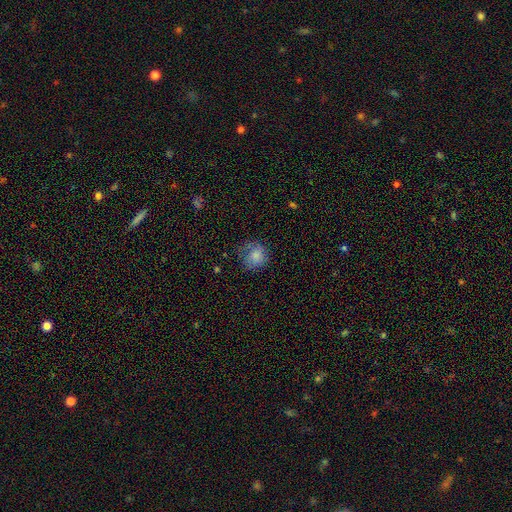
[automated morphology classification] smooth-or-featured: smooth: 80% | featured or disk: 10% | star or artifact: 9%
  how-rounded: round: 79% | in between: 20% | cigar-shaped: 1%
  merging: none: 61% | minor disturbance: 25% | major disturbance: 12% | merger: 1%